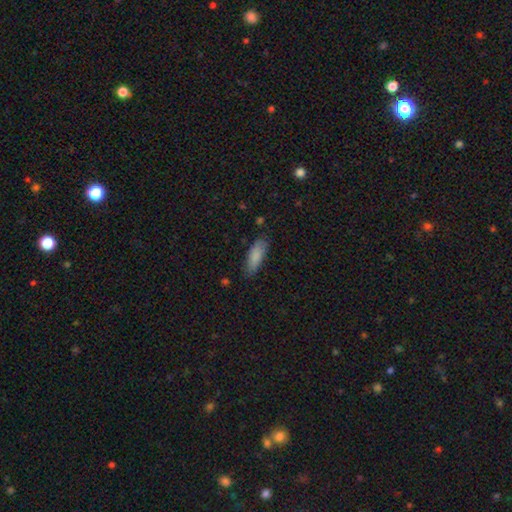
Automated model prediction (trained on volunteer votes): A smooth galaxy with no disk features (85%) that is in between round and cigar-shaped (64%).

Vote fractions:
- Smooth or featured? smooth: 85% / featured or disk: 9% / star or artifact: 6%
- How rounded? in between: 64% / cigar-shaped: 34% / round: 2%
- Merging? none: 76% / minor disturbance: 19% / major disturbance: 4% / merger: 2%